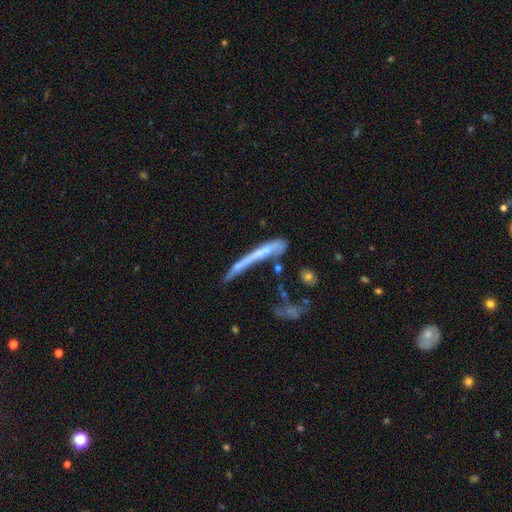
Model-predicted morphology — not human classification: A featured or disk galaxy (53%) viewed edge-on (70%).

Vote fractions:
- Smooth or featured? featured or disk: 53% / smooth: 33% / star or artifact: 14%
- Edge-on disk? yes: 70% / no: 30%
- Merging? none: 30% / merger: 29% / major disturbance: 25% / minor disturbance: 16%